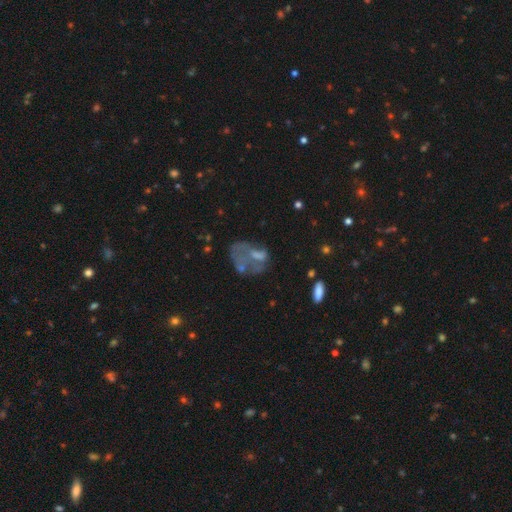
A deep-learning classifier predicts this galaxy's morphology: type=featured or disk (48%); merging=major disturbance (41%).